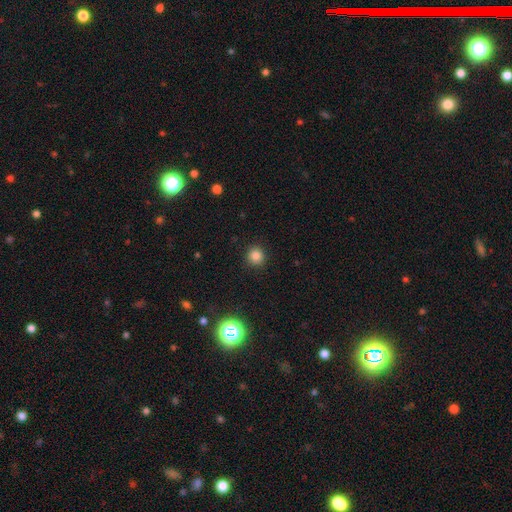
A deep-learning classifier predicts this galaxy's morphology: smooth_or_featured: smooth (p=0.83) [alt: star or artifact p=0.13]
how_rounded: round (p=0.92) [alt: in between p=0.07]
merging: none (p=0.91) [alt: minor disturbance p=0.06]